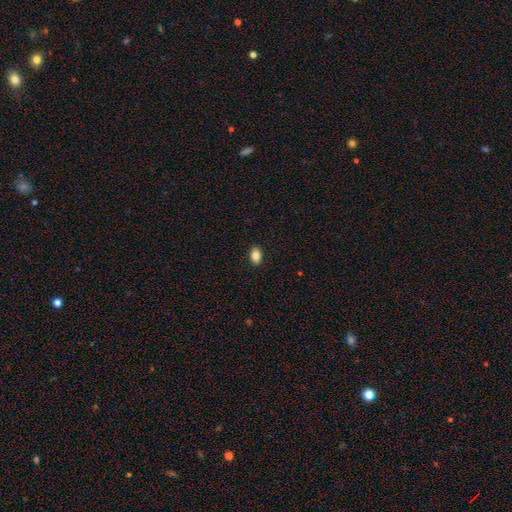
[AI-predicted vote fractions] The model was most divided on "how rounded": in between: 85%, round: 14%, cigar-shaped: 1%. More confident: merging — none (90%); smooth or featured — smooth (85%).